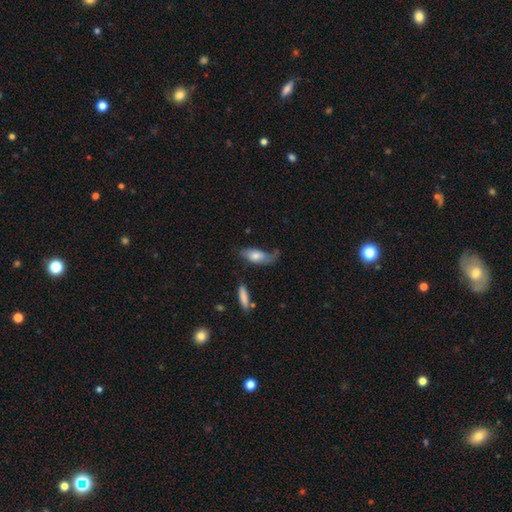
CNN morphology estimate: Smooth or featured? Predicted: smooth (p=0.68). How rounded? Predicted: in between (p=0.84). Merging? Predicted: none (p=0.37).